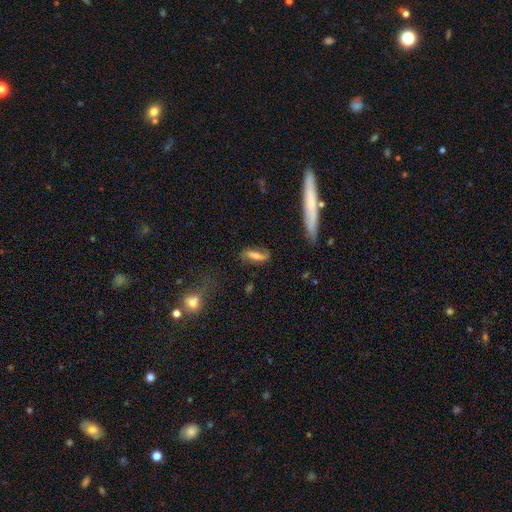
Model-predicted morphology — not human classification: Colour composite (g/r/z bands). It shows a featured or disk galaxy (61%). Merging: none (69%).